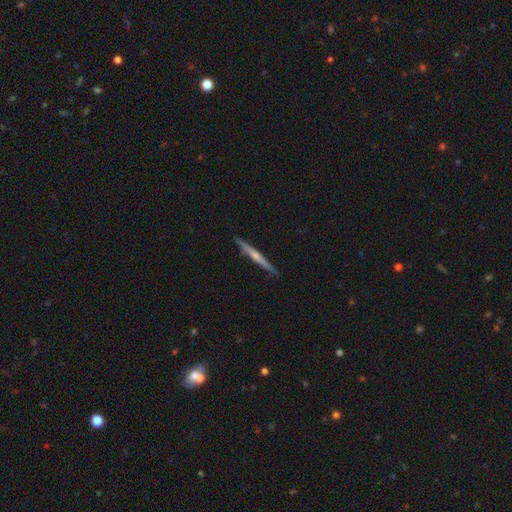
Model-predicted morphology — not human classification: Smooth or featured? Predicted: featured or disk (p=0.58). Edge-on disk? Predicted: yes (p=0.97). Edge-on bulge? Predicted: rounded (p=0.47). Merging? Predicted: none (p=0.88).